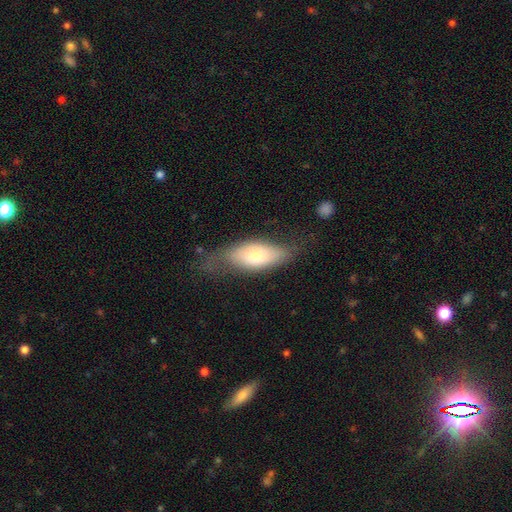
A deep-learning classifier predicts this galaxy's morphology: smooth 59%, featured or disk 34%, star or artifact 7%. Down the decision tree: how rounded — in between (76%); merging — none (51%).